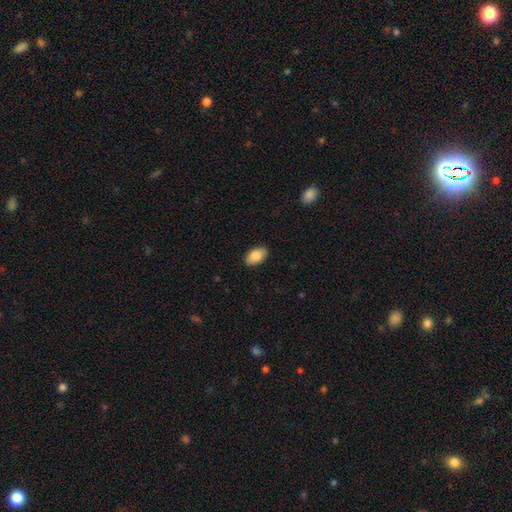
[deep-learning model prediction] A smooth galaxy with no disk features (88%) that is in between round and cigar-shaped (92%).

Vote fractions:
- Smooth or featured? smooth: 88% / star or artifact: 7% / featured or disk: 6%
- How rounded? in between: 92% / round: 7% / cigar-shaped: 1%
- Merging? none: 90% / minor disturbance: 8% / major disturbance: 2% / merger: 1%